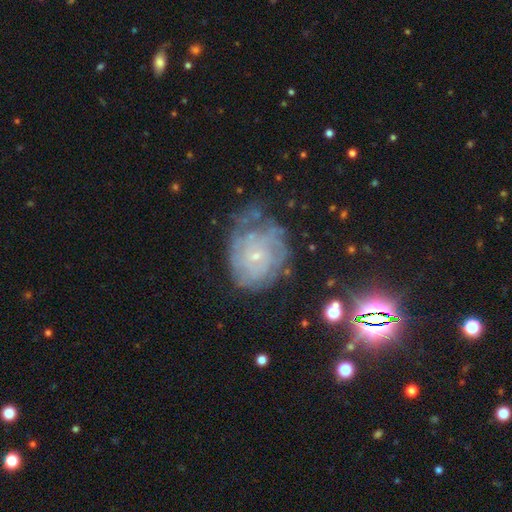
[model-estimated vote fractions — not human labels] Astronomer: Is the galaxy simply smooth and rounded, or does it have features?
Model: featured or disk — 71%.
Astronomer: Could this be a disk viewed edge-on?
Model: no — 97%.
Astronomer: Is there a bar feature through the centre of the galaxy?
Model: no — 76%.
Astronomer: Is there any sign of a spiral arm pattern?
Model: yes — 80%.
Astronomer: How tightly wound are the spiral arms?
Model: tight — 70%.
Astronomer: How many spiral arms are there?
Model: can't tell — 57%.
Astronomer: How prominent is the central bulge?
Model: small — 83%.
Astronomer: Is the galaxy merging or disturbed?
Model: none — 51% (runner-up: minor disturbance, 27%).